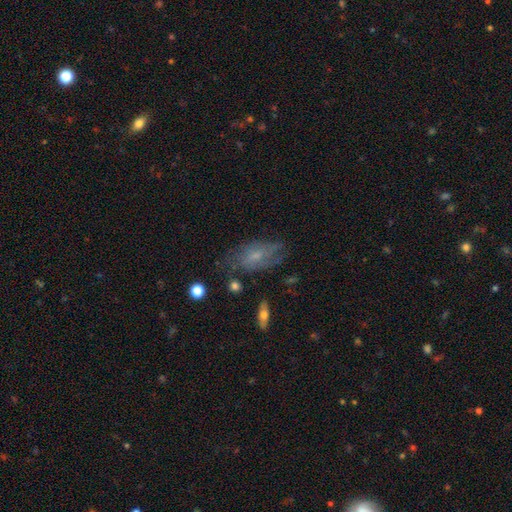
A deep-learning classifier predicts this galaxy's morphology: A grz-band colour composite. It shows a featured or disk galaxy (53%). Merging: none (53%).